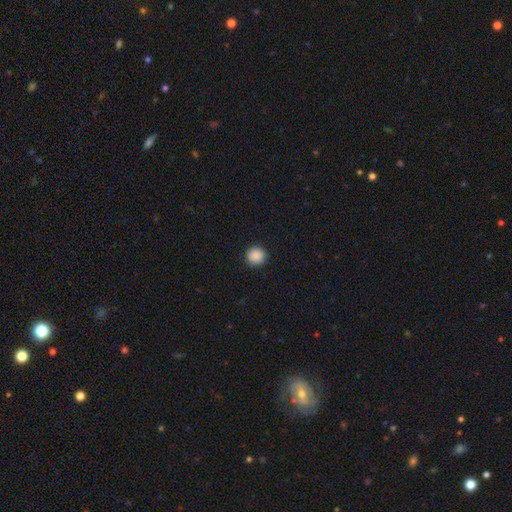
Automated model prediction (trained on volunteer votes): Smooth or featured? Predicted: smooth (p=0.89). How rounded? Predicted: round (p=0.94). Merging? Predicted: none (p=0.93).